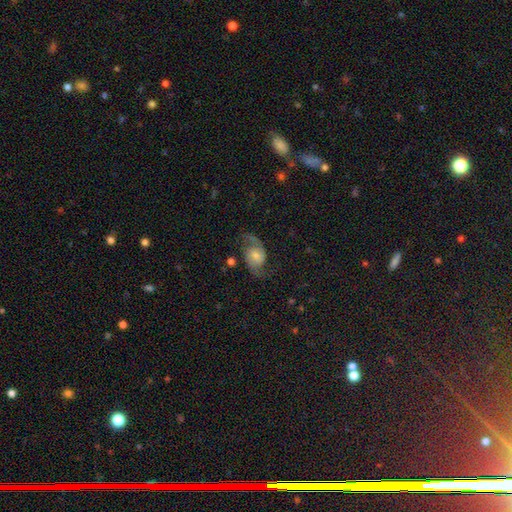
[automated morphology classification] Smooth or featured: featured or disk — 84% (smooth — 10%)
Edge-on disk: no — 98% (yes — 2%)
Bar: no — 64% (weak — 29%)
Spiral arms: yes — 96% (no — 4%)
Spiral winding: loose — 50% (medium — 41%)
Spiral arm count: 2 — 93% (1 — 2%)
Bulge size: small — 46% (moderate — 42%)
Merging: none — 75% (minor disturbance — 15%)